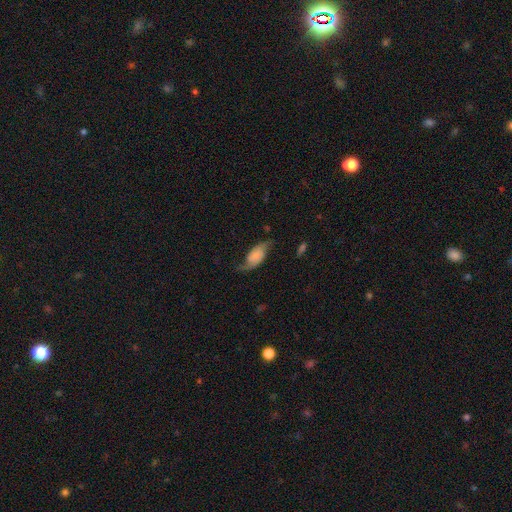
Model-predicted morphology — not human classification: smooth-or-featured: featured or disk: 61% | smooth: 31% | star or artifact: 8%
  disk-edge-on: no: 94% | yes: 6%
    bar: no: 63% | weak: 27% | strong: 9%
    has-spiral-arms: yes: 92% | no: 8%
      spiral-winding: loose: 68% | medium: 23% | tight: 9%
      spiral-arm-count: 2: 88% | 1: 5% | can't tell: 4% | 3: 1% | 4: 1% | more than 4: 1%
    bulge-size: none: 51% | small: 21% | large: 10% | moderate: 9% | dominant: 9%
  merging: none: 60% | minor disturbance: 24% | major disturbance: 14% | merger: 2%